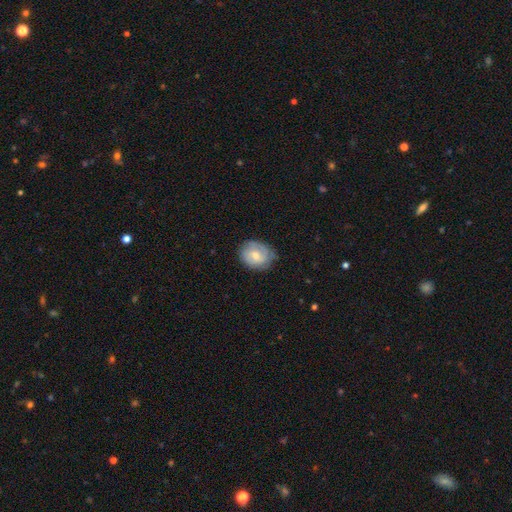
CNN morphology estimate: Smooth or featured: featured or disk — 50% (smooth — 44%)
Merging: none — 73% (minor disturbance — 20%)